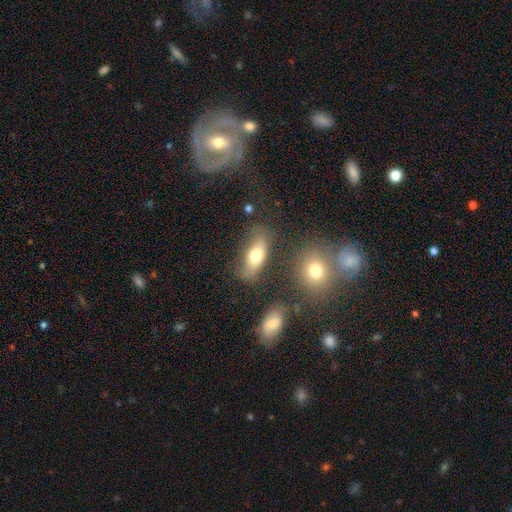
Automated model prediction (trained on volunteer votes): Smooth or featured? smooth (70%)
How rounded? in between (80%)
Merging? none (69%)